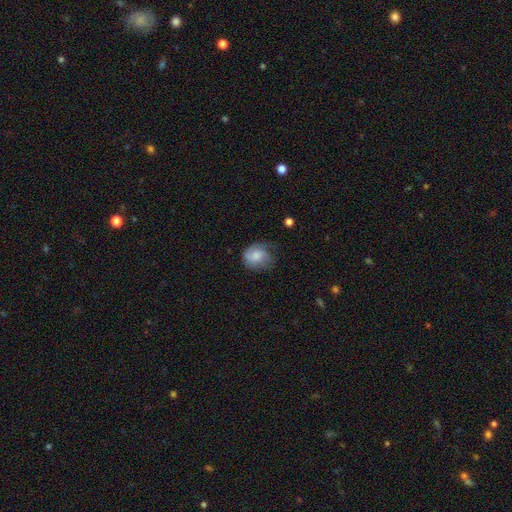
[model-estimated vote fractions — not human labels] Smooth or featured: smooth — 65% (featured or disk — 27%)
How rounded: round — 62% (in between — 37%)
Merging: none — 48% (minor disturbance — 33%)